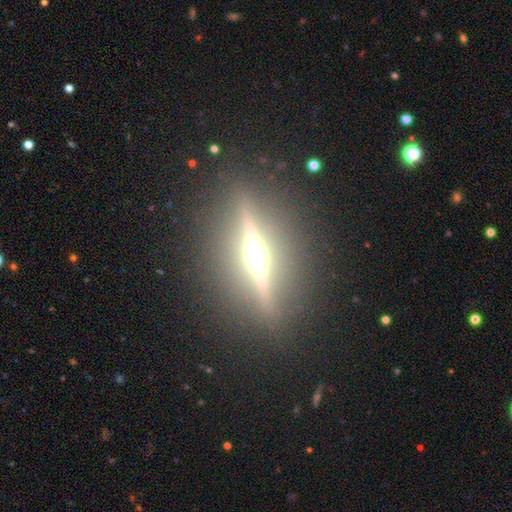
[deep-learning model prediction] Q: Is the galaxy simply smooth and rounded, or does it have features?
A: featured or disk — 84%.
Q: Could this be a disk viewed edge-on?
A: yes — 97%.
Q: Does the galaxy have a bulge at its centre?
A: rounded — 90%.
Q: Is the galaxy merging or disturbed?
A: none — 90%.